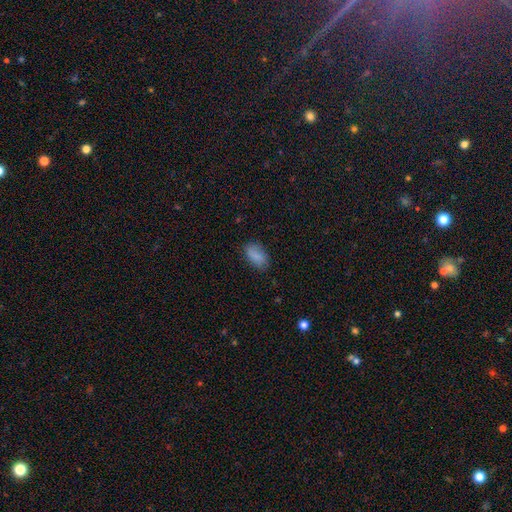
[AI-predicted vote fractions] smooth-or-featured: smooth: 85% | star or artifact: 8% | featured or disk: 7%
  how-rounded: in between: 92% | round: 5% | cigar-shaped: 4%
  merging: none: 77% | minor disturbance: 17% | major disturbance: 4% | merger: 1%